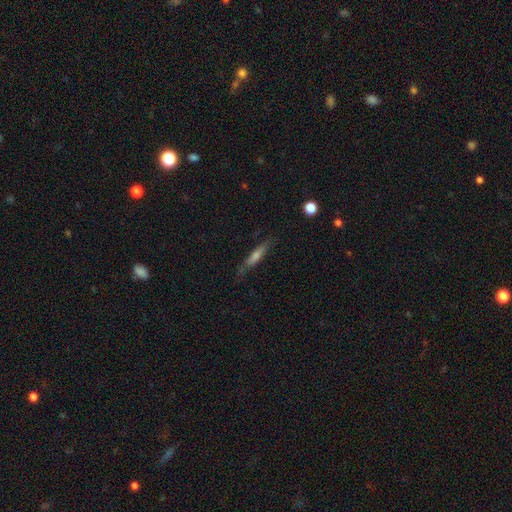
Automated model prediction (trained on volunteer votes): Smooth or featured? Predicted: featured or disk (p=0.54). Edge-on disk? Predicted: yes (p=0.88). Merging? Predicted: none (p=0.78).